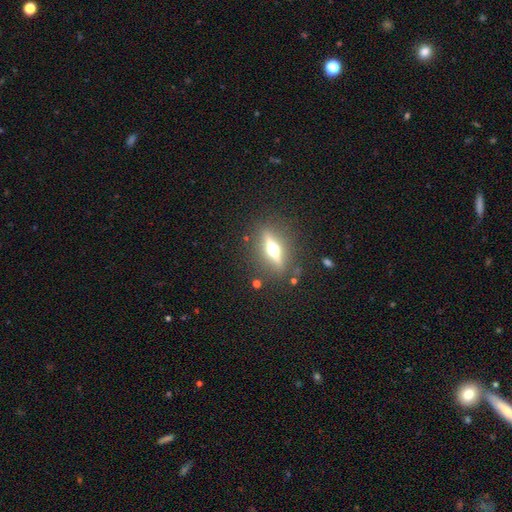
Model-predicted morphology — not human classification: featured or disk 58%, smooth 29%, star or artifact 13%. Down the decision tree: edge-on disk — yes (84%); merging — none (85%).